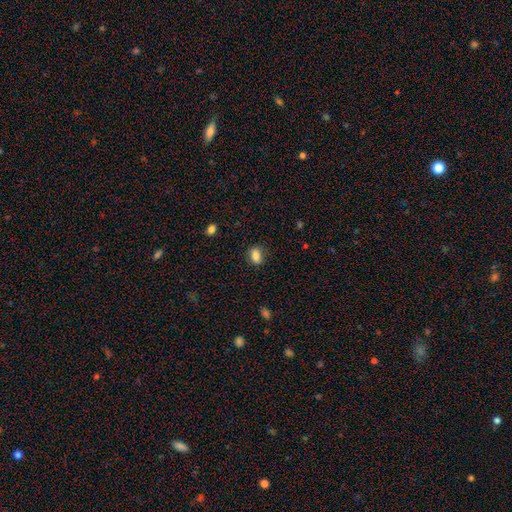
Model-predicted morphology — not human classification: smooth-or-featured: smooth: 83% | star or artifact: 9% | featured or disk: 8%
  how-rounded: in between: 77% | round: 20% | cigar-shaped: 4%
  merging: none: 82% | minor disturbance: 13% | major disturbance: 4% | merger: 1%